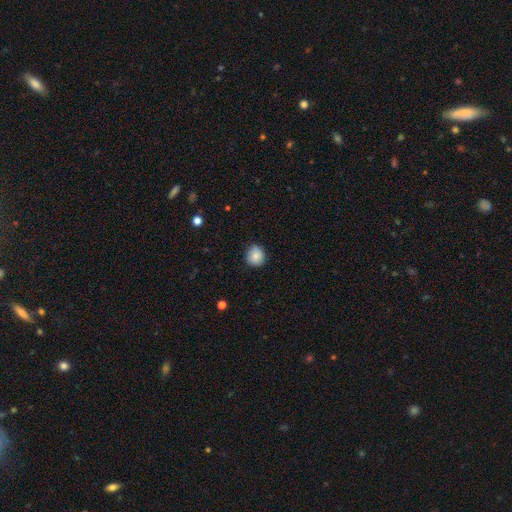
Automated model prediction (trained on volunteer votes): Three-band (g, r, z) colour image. It shows a smooth galaxy with no disk features (85%) that is round (88%). Merging: none (84%).